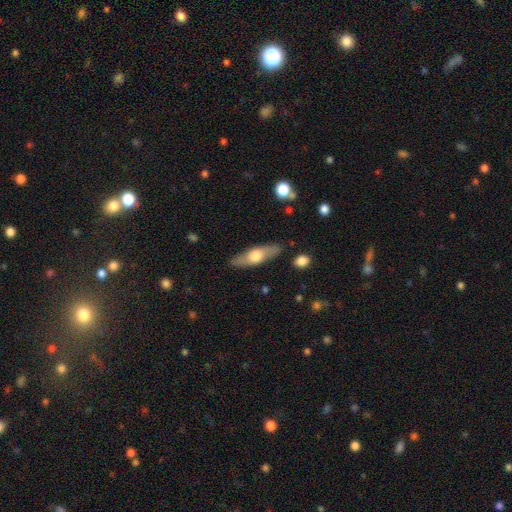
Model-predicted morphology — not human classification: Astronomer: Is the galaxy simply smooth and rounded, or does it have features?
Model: smooth — 50% (runner-up: featured or disk, 45%).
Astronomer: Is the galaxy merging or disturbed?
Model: none — 85%.